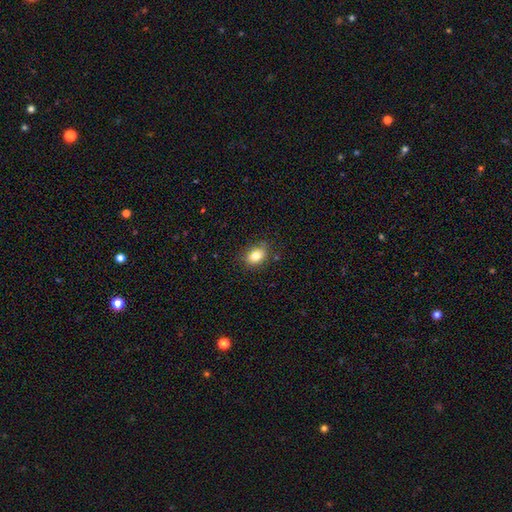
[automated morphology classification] type=smooth (81%); roundness=in between (74%); merging=none (81%).